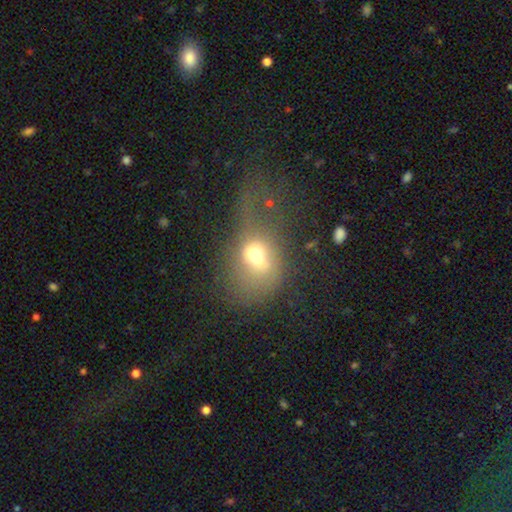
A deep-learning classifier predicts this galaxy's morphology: Smooth or featured? Predicted: smooth (p=0.60). How rounded? Predicted: in between (p=0.52). Merging? Predicted: major disturbance (p=0.53).